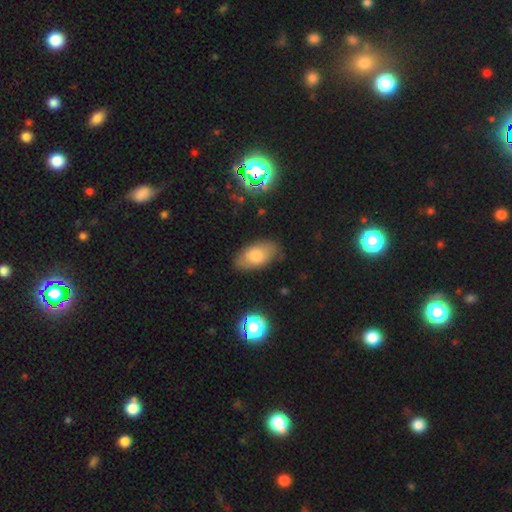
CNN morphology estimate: A smooth galaxy with no disk features (75%) that is in between round and cigar-shaped (93%).

Vote fractions:
- Smooth or featured? smooth: 75% / featured or disk: 17% / star or artifact: 8%
- How rounded? in between: 93% / round: 5% / cigar-shaped: 3%
- Merging? none: 79% / minor disturbance: 15% / major disturbance: 4% / merger: 2%